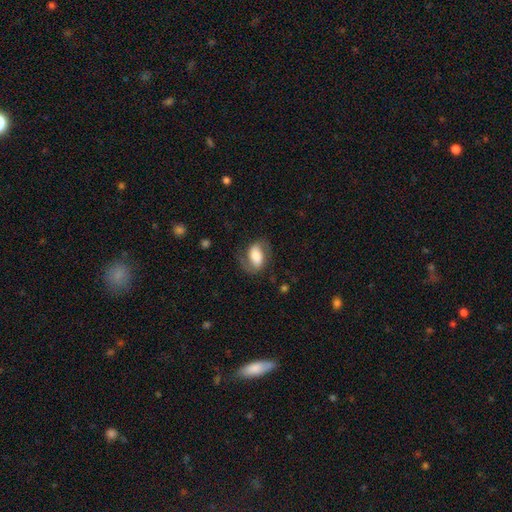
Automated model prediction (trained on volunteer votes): Q: Smooth or featured?
A: featured or disk (55%); runner-up: smooth (38%)
Q: Edge-on disk?
A: no (95%); runner-up: yes (5%)
Q: Bar?
A: strong (35%); runner-up: weak (33%)
Q: Spiral arms?
A: yes (86%); runner-up: no (14%)
Q: Bulge size?
A: moderate (40%); runner-up: large (33%)
Q: Merging?
A: none (67%); runner-up: minor disturbance (19%)